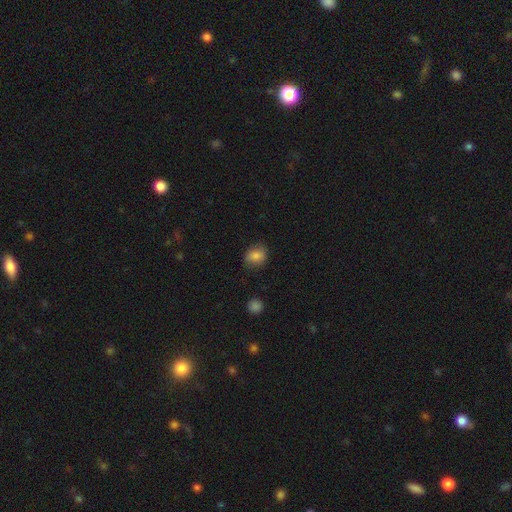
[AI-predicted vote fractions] A smooth galaxy with no disk features (84%) that is round (51%). Merging: none (77%).